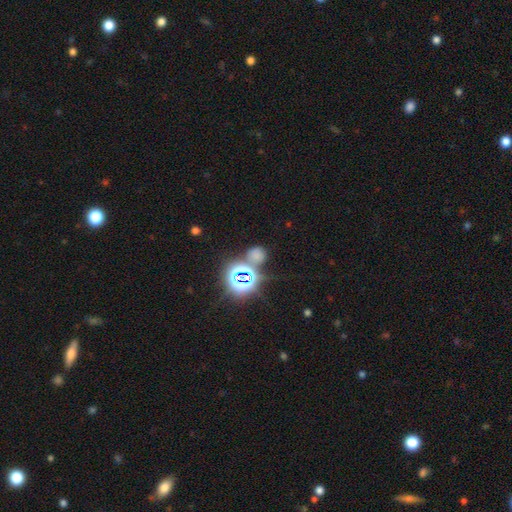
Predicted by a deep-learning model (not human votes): Q: Smooth or featured?
A: smooth (48%); runner-up: star or artifact (45%)
Q: Merging?
A: none (64%); runner-up: merger (17%)